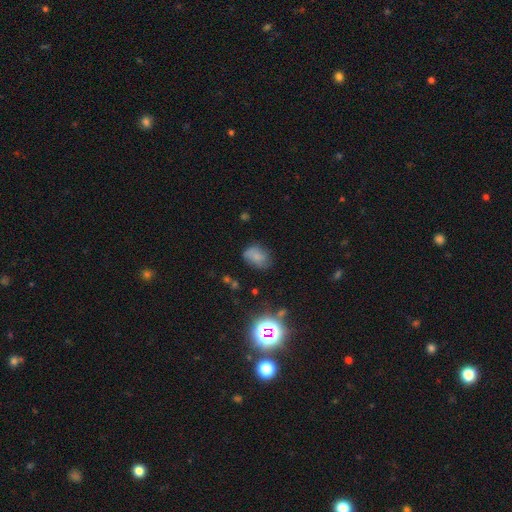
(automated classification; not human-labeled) This is likely a smooth galaxy (70%). How rounded: likely in between (72%). Merging: likely none (63%).